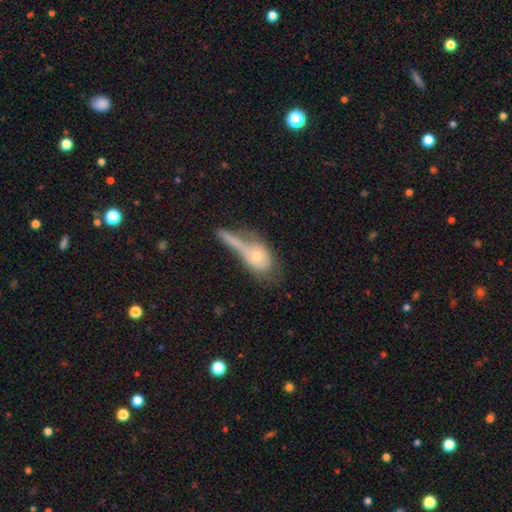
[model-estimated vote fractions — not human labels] This is possibly a smooth galaxy (56%). How rounded: likely in between (60%). Merging: marginally merger (41%).